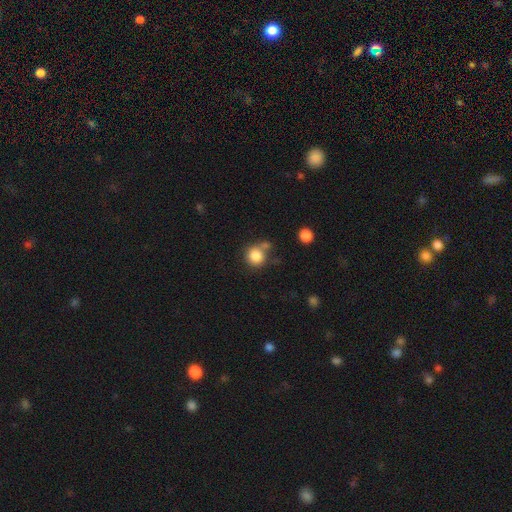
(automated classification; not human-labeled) This appears to be a smooth galaxy with no disk features (84%) that is round (90%). Merging: none (60%).